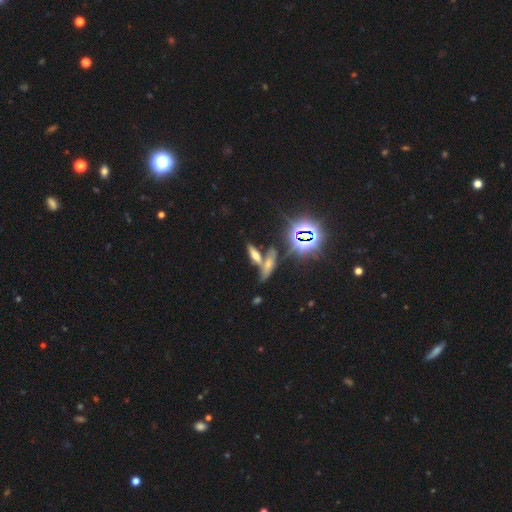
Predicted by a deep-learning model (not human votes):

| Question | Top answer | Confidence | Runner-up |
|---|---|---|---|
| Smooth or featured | smooth | 48% | star or artifact (28%) |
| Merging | none | 44% | merger (42%) |